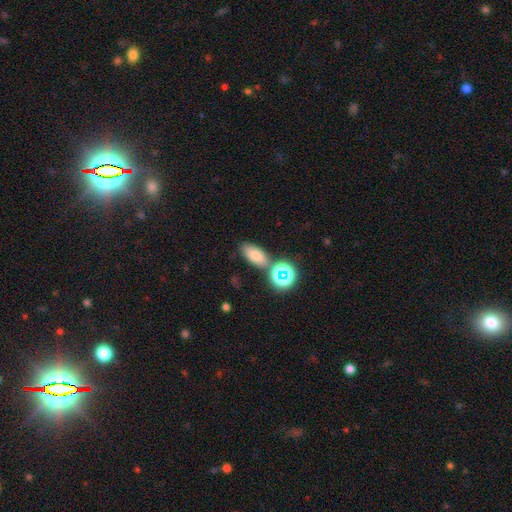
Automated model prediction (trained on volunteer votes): smooth_or_featured: smooth (p=0.71) [alt: star or artifact p=0.17]
how_rounded: in between (p=0.84) [alt: round p=0.11]
merging: none (p=0.73) [alt: merger p=0.12]